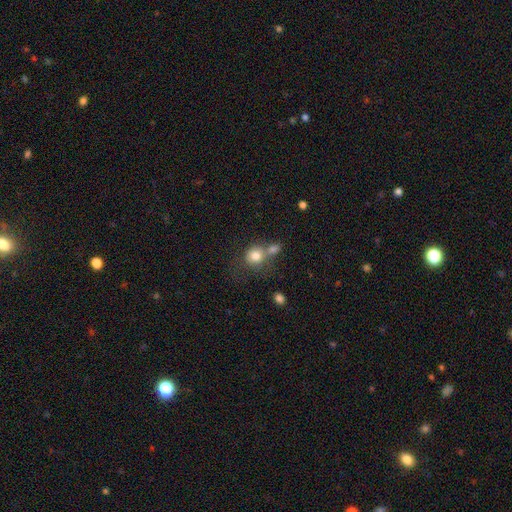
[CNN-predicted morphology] Smooth or featured?
  - smooth: 79% *
  - featured or disk: 11%
  - star or artifact: 10%
How rounded?
  - round: 77% *
  - in between: 22%
  - cigar-shaped: 1%
Merging?
  - merger: 45% *
  - none: 36%
  - minor disturbance: 12%
  - major disturbance: 7%